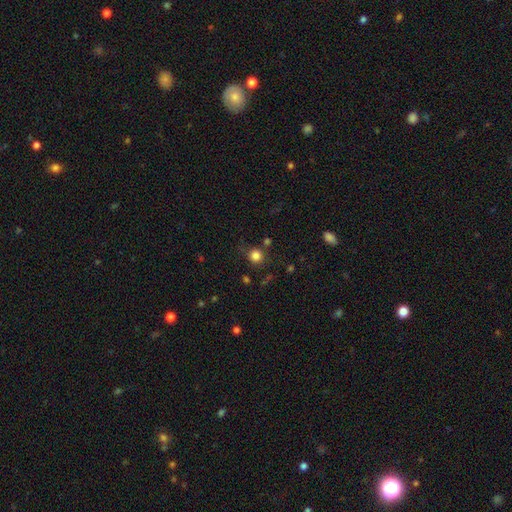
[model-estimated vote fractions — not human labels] smooth_or_featured: smooth (p=0.82) [alt: star or artifact p=0.13]
how_rounded: round (p=0.91) [alt: in between p=0.08]
merging: none (p=0.78) [alt: minor disturbance p=0.12]